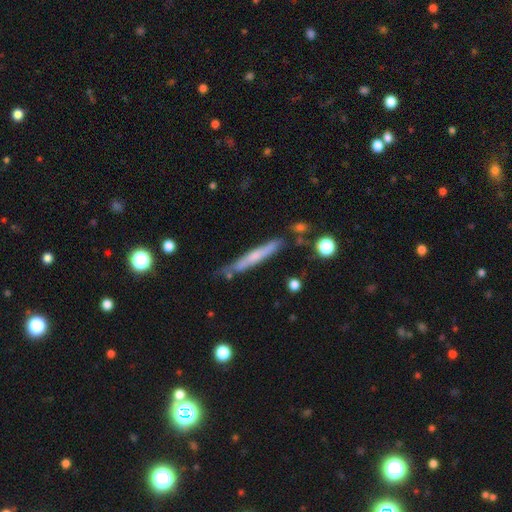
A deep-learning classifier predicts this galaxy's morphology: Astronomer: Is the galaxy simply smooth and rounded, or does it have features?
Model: smooth — 49% (runner-up: featured or disk, 44%).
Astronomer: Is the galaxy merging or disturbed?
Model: none — 72%.